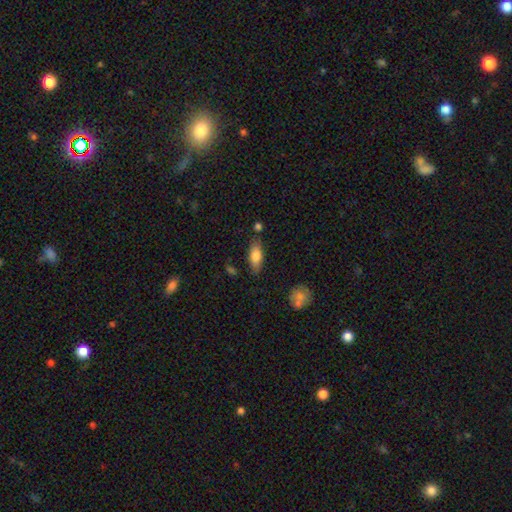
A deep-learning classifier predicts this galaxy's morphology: This appears to be a smooth galaxy with no disk features (80%) that is in between round and cigar-shaped (80%). Merging: none (77%).